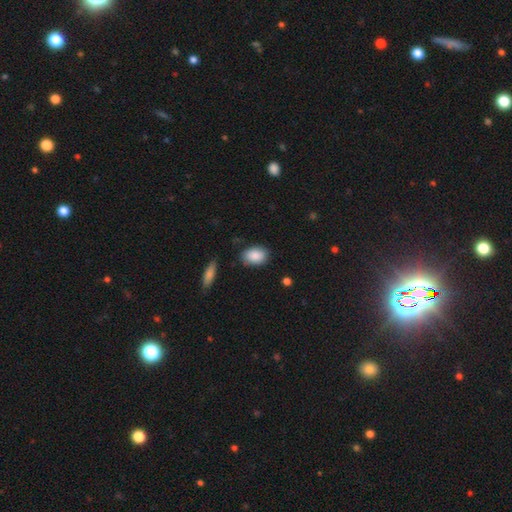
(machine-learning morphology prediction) smooth_or_featured: smooth (p=0.88) [alt: star or artifact p=0.07]
how_rounded: in between (p=0.85) [alt: round p=0.14]
merging: none (p=0.81) [alt: minor disturbance p=0.13]